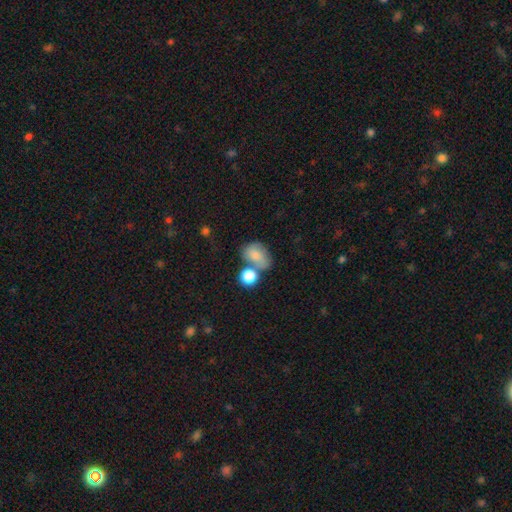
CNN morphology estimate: smooth_or_featured: smooth (p=0.75) [alt: featured or disk p=0.16]
how_rounded: in between (p=0.68) [alt: round p=0.30]
merging: merger (p=0.38) [alt: none p=0.35]